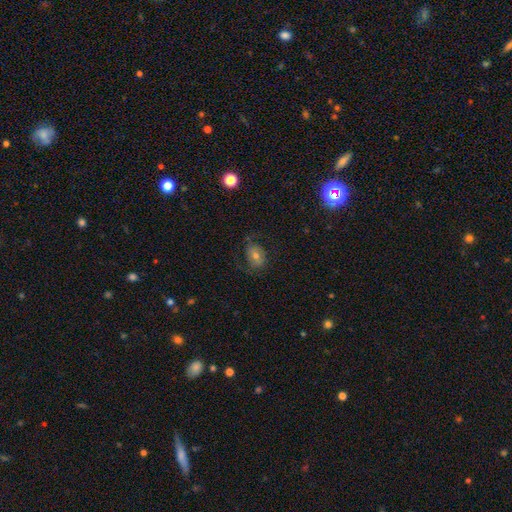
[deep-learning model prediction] This appears to be a smooth galaxy with no disk features (46%). Merging: none (63%).